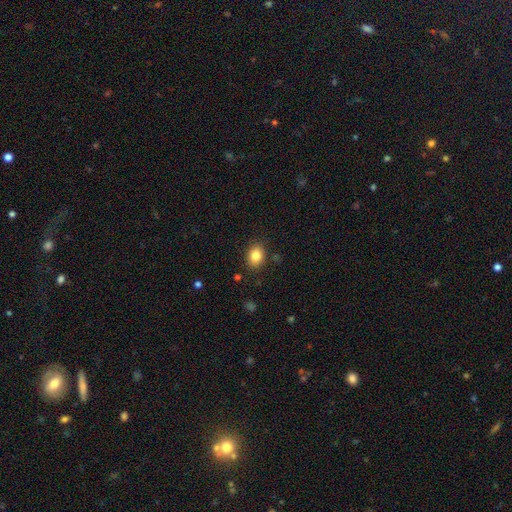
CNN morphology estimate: smooth-or-featured: smooth: 84% | star or artifact: 9% | featured or disk: 6%
  how-rounded: in between: 61% | round: 38% | cigar-shaped: 1%
  merging: none: 85% | minor disturbance: 10% | major disturbance: 3% | merger: 2%